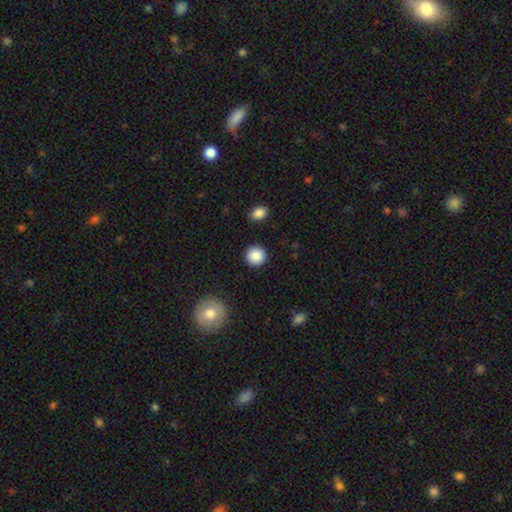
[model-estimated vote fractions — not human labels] A smooth galaxy with no disk features (87%) that is round (94%). Merging: none (92%).